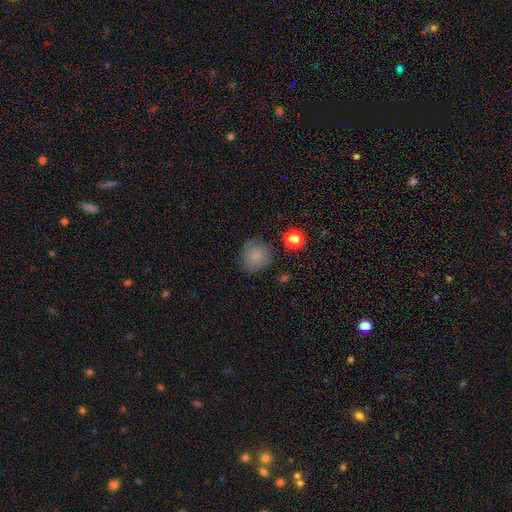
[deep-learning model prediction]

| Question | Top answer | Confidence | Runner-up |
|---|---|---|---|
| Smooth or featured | smooth | 73% | featured or disk (17%) |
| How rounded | round | 81% | in between (18%) |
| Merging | none | 68% | minor disturbance (22%) |